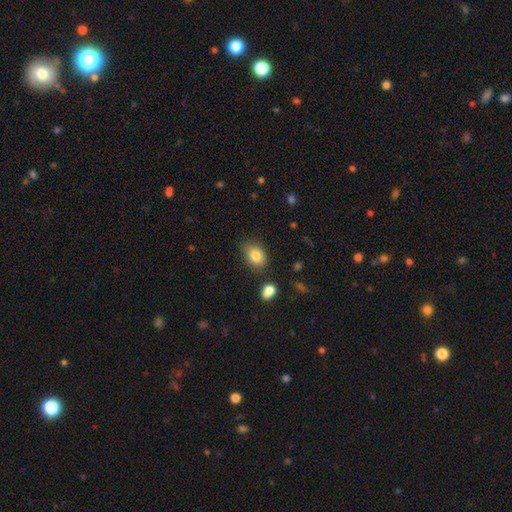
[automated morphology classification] This appears to be a smooth galaxy with no disk features (83%) that is in between round and cigar-shaped (77%). Merging: none (75%).